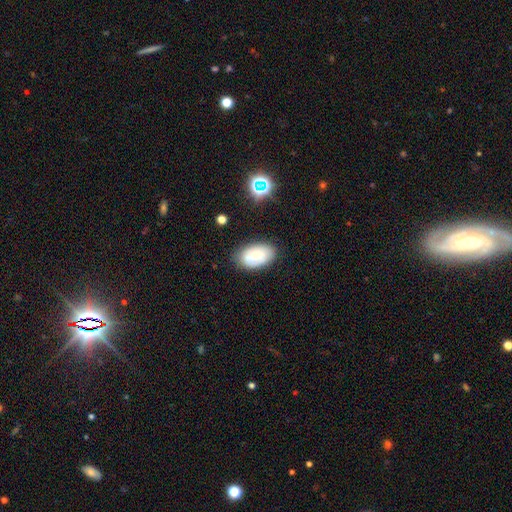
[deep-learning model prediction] smooth-or-featured: smooth: 62% | featured or disk: 29% | star or artifact: 9%
  how-rounded: in between: 92% | round: 7% | cigar-shaped: 1%
  merging: none: 77% | minor disturbance: 17% | major disturbance: 4% | merger: 2%